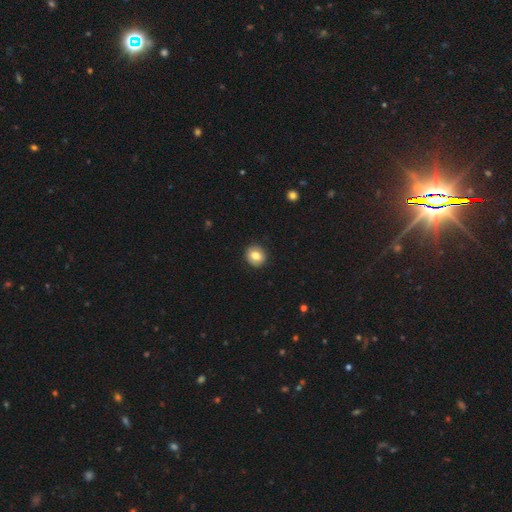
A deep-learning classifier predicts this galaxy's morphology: Q: Smooth or featured?
A: smooth (77%); runner-up: featured or disk (15%)
Q: How rounded?
A: round (84%); runner-up: in between (15%)
Q: Merging?
A: none (91%); runner-up: minor disturbance (7%)